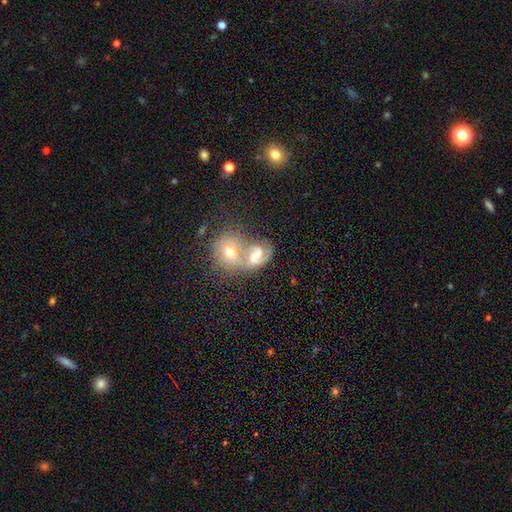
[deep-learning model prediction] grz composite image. It shows a featured or disk galaxy (55%) with no bar (49%), spiral arms (72%) and a moderate central bulge (65%). Merging: merger (66%).